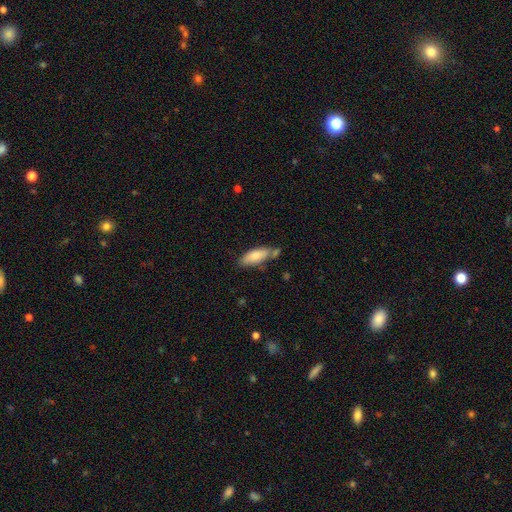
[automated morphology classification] smooth 78%, featured or disk 15%, star or artifact 6%. Down the decision tree: how rounded — in between (70%); merging — none (56%).